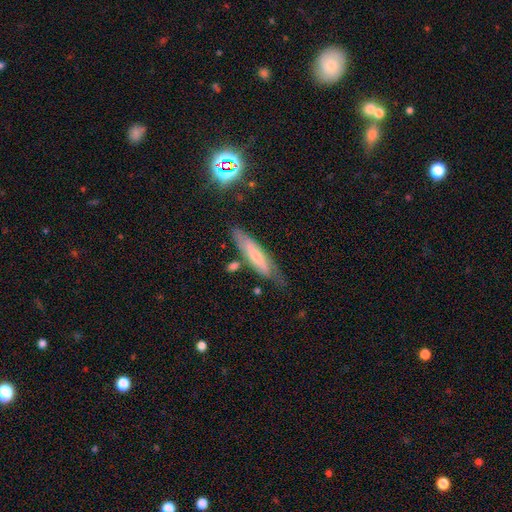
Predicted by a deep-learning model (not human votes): Smooth or featured? featured or disk (47%)
Merging? none (66%)